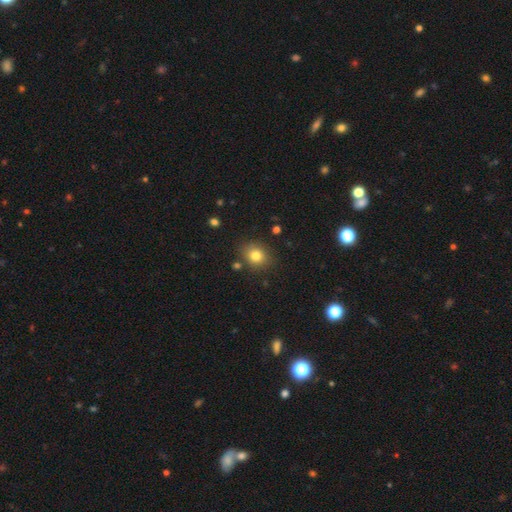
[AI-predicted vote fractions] smooth 80%, star or artifact 12%, featured or disk 8%. Down the decision tree: how rounded — round (65%); merging — none (82%).